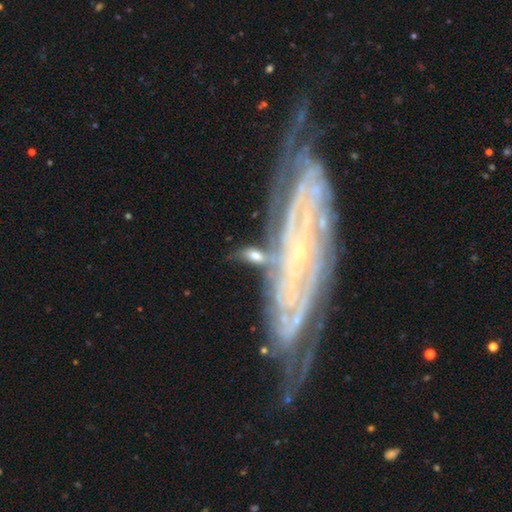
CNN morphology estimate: smooth 47%, featured or disk 42%, star or artifact 11%. Down the decision tree: merging — none (53%).